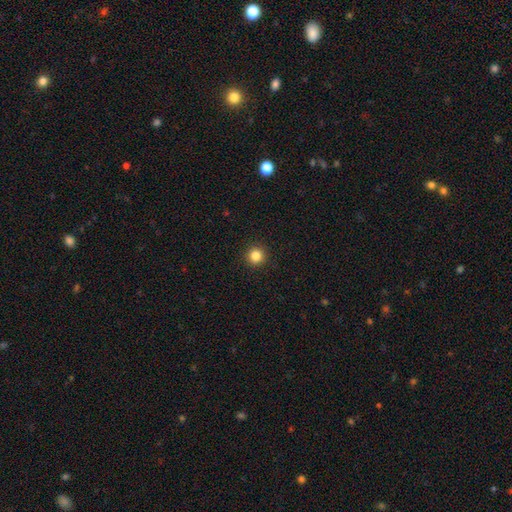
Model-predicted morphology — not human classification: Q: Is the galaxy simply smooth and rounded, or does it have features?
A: smooth — 84%.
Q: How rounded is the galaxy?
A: round — 95%.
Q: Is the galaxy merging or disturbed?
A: none — 93%.